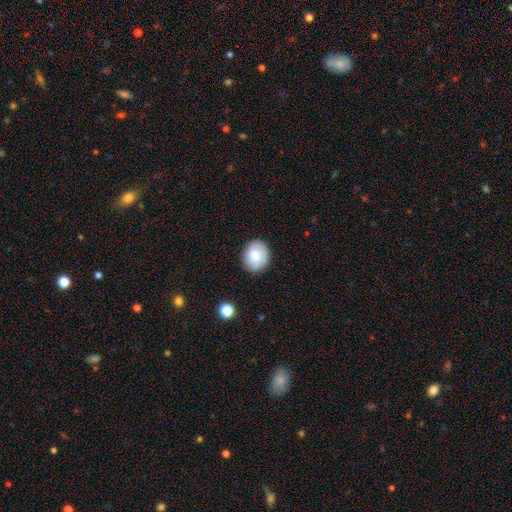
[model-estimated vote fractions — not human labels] This is clearly a smooth galaxy (81%). How rounded: likely round (62%). Merging: clearly none (86%).